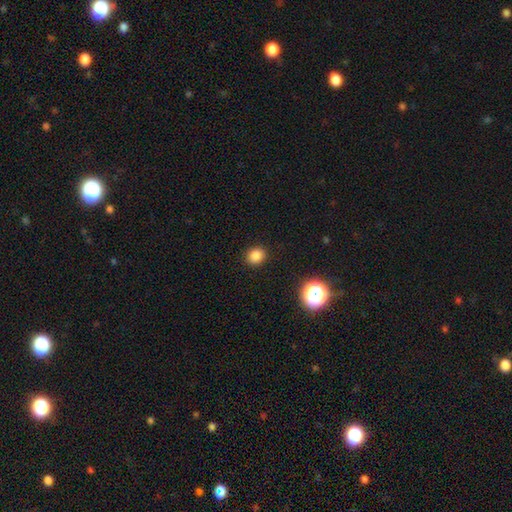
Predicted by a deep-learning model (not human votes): Q: Smooth or featured?
A: smooth (83%); runner-up: star or artifact (13%)
Q: How rounded?
A: round (77%); runner-up: in between (22%)
Q: Merging?
A: none (90%); runner-up: minor disturbance (6%)